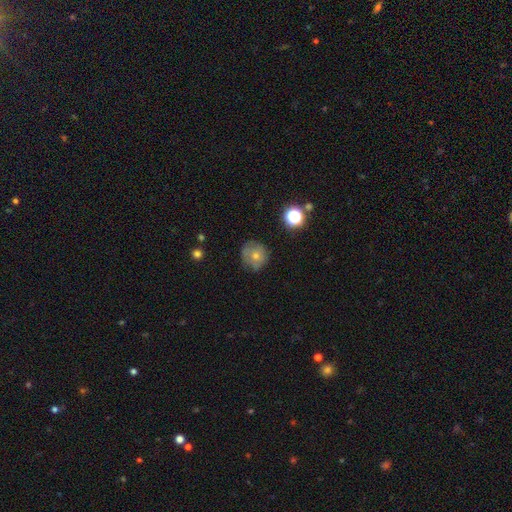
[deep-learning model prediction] Smooth or featured? smooth (54%)
How rounded? round (89%)
Merging? none (75%)